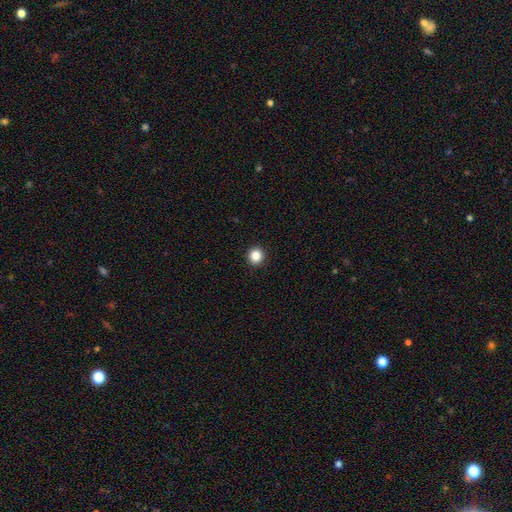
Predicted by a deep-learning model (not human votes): This appears to be a smooth galaxy with no disk features (86%) that is round (91%). Merging: none (93%).